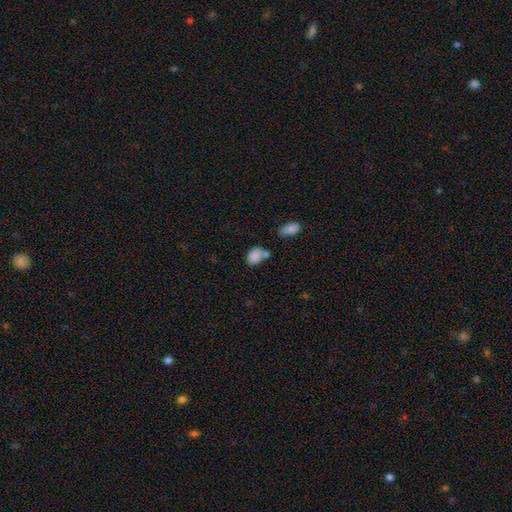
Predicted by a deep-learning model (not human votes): This is clearly a smooth galaxy (84%). How rounded: likely in between (75%). Merging: possibly none (47%).